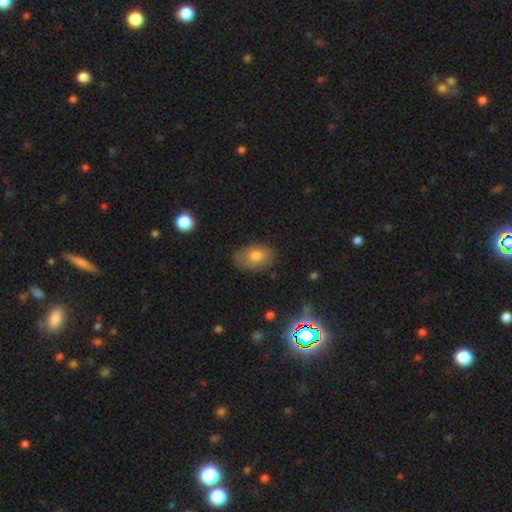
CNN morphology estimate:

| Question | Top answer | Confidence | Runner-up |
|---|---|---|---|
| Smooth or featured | smooth | 74% | featured or disk (17%) |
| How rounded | in between | 82% | round (16%) |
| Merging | none | 76% | minor disturbance (19%) |